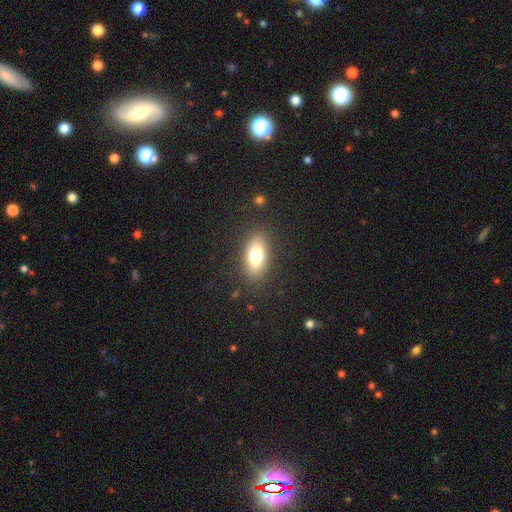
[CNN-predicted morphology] A smooth galaxy with no disk features (75%) that is in between round and cigar-shaped (83%).

Vote fractions:
- Smooth or featured? smooth: 75% / featured or disk: 17% / star or artifact: 9%
- How rounded? in between: 83% / cigar-shaped: 11% / round: 6%
- Merging? none: 86% / minor disturbance: 9% / major disturbance: 3% / merger: 1%